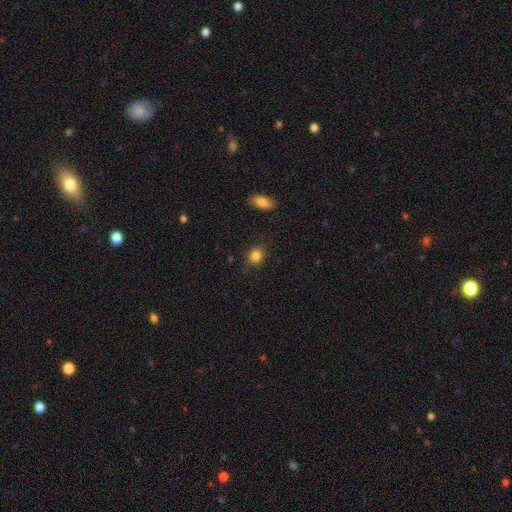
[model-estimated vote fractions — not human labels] Smooth or featured?
  - smooth: 84% *
  - star or artifact: 10%
  - featured or disk: 5%
How rounded?
  - round: 65% *
  - in between: 34%
  - cigar-shaped: 1%
Merging?
  - none: 83% *
  - minor disturbance: 13%
  - major disturbance: 3%
  - merger: 2%